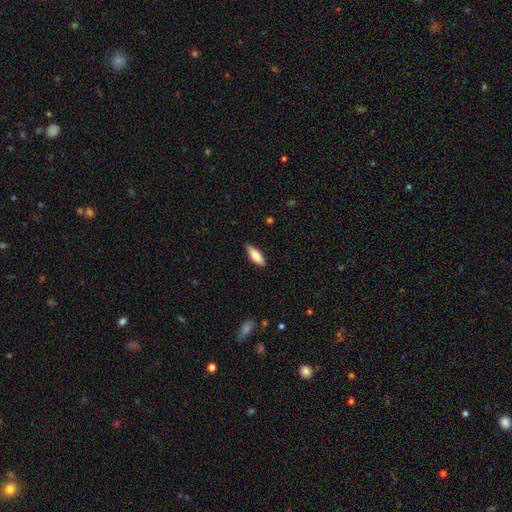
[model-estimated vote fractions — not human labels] A smooth galaxy with no disk features (77%) that is in between round and cigar-shaped (62%). Merging: none (84%).